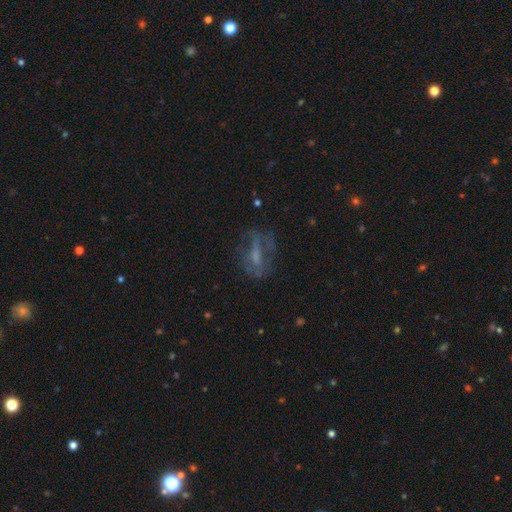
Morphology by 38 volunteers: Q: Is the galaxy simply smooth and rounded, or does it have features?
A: featured or disk — 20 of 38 (53%).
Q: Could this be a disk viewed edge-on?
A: no — 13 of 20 (65%).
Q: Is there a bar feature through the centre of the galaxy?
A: strong — 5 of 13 (38%, tied with weak).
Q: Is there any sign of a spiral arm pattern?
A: no — 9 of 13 (69%).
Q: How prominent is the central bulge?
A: none — 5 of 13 (38%).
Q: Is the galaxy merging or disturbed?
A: none — 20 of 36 (56%).